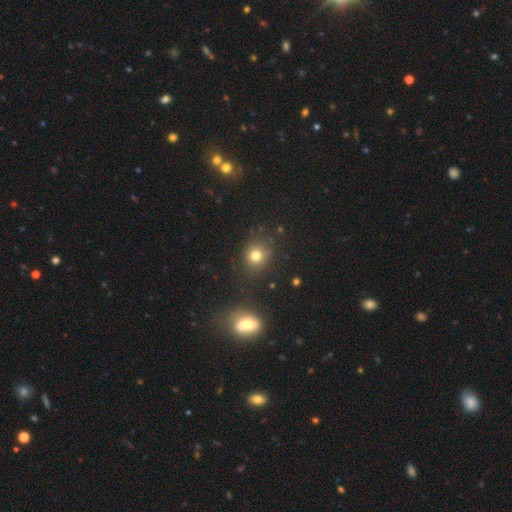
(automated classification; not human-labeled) This appears to be a smooth galaxy with no disk features (75%) that is round (79%). Merging: none (77%).